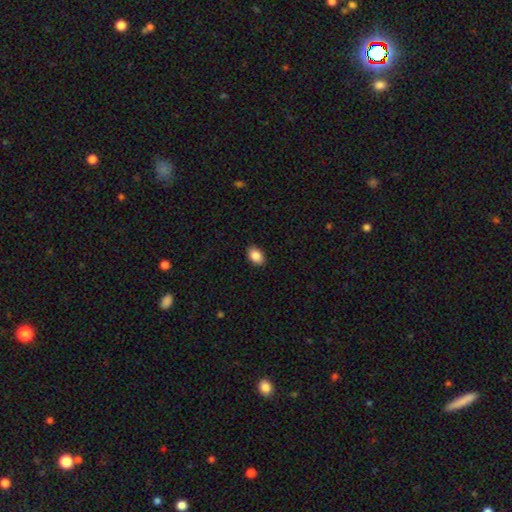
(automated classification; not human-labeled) Q: Smooth or featured?
A: smooth (87%); runner-up: star or artifact (8%)
Q: How rounded?
A: in between (84%); runner-up: round (15%)
Q: Merging?
A: none (89%); runner-up: minor disturbance (8%)